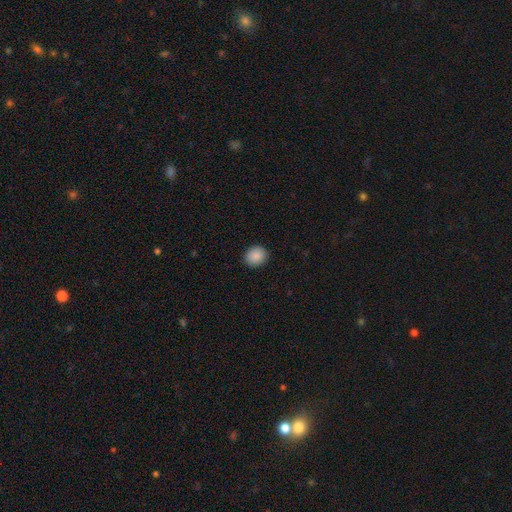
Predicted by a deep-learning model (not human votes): Smooth or featured? smooth (89%)
How rounded? round (71%)
Merging? none (91%)